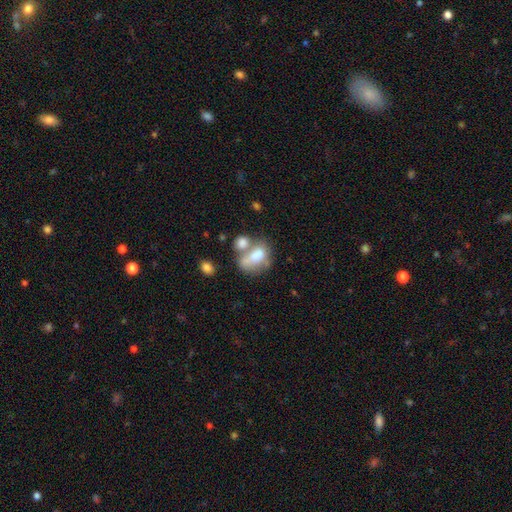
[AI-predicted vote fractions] smooth_or_featured: smooth (p=0.62) [alt: featured or disk p=0.27]
how_rounded: in between (p=0.77) [alt: round p=0.21]
merging: merger (p=0.50) [alt: none p=0.21]